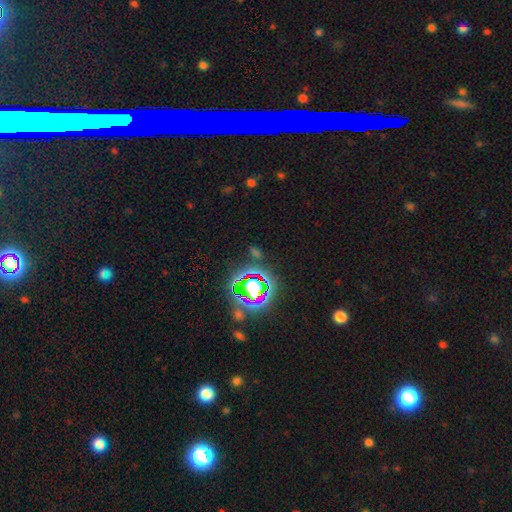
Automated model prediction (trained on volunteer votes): This appears to be a star or artifact, not a galaxy (70%).